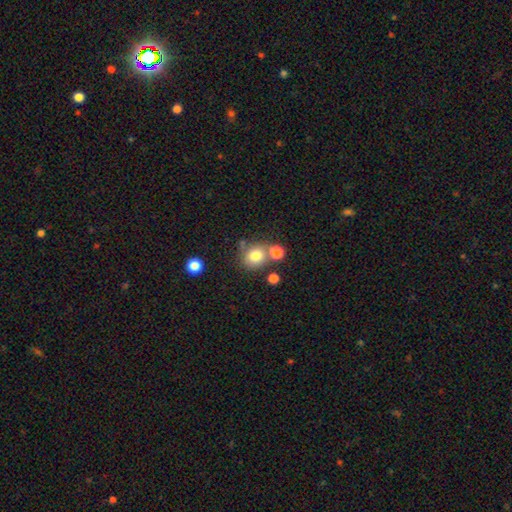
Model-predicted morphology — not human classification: A smooth galaxy with no disk features (78%) that is round (75%).

Vote fractions:
- Smooth or featured? smooth: 78% / star or artifact: 12% / featured or disk: 10%
- How rounded? round: 75% / in between: 24% / cigar-shaped: 1%
- Merging? none: 60% / merger: 22% / minor disturbance: 13% / major disturbance: 5%